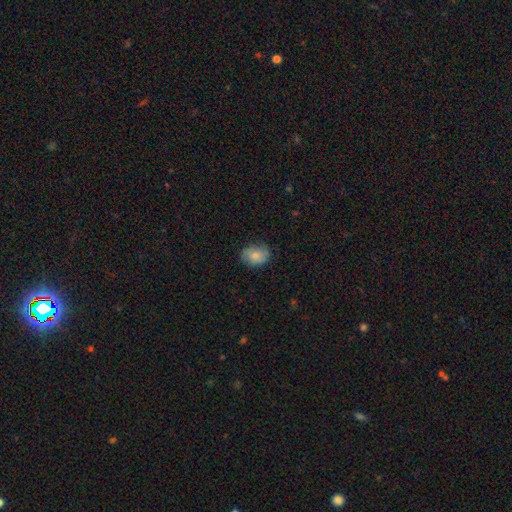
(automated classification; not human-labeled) Overall: smooth (78%). How rounded: in between (65%; round 34%). Merging: none (76%).